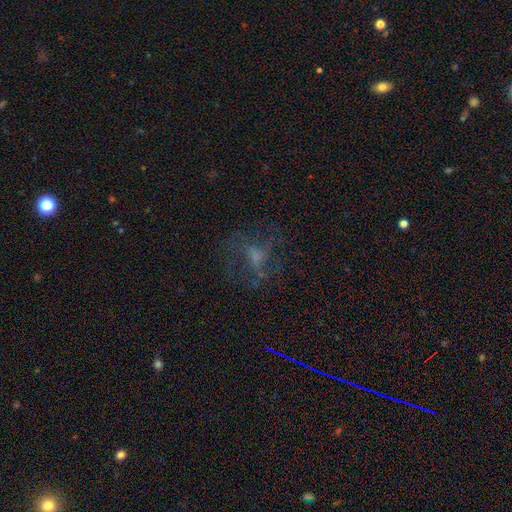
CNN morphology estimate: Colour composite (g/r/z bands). It shows a featured or disk galaxy (50%). Merging: none (56%).